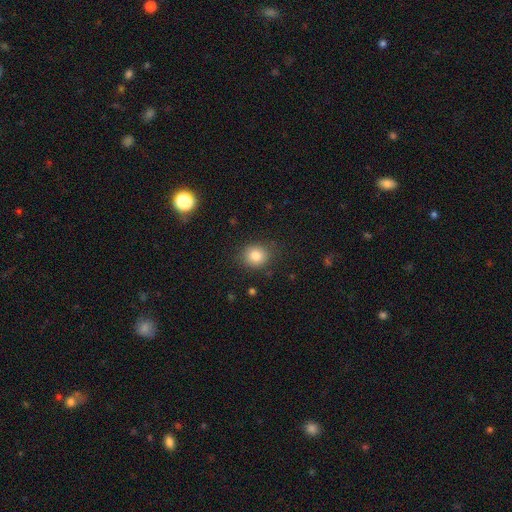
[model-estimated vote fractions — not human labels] Smooth or featured? Predicted: smooth (p=0.83). How rounded? Predicted: round (p=0.78). Merging? Predicted: none (p=0.85).